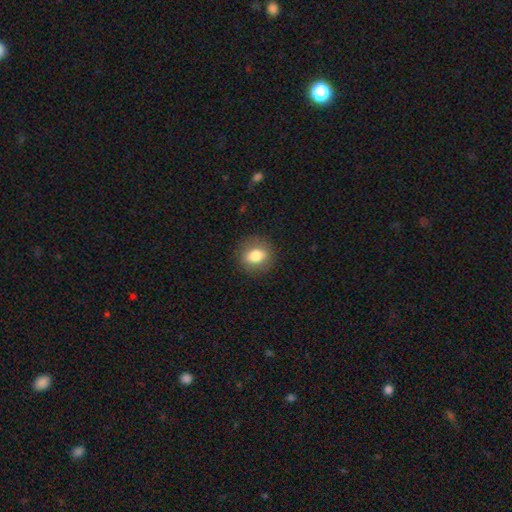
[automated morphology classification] smooth 79%, featured or disk 12%, star or artifact 9%. Down the decision tree: how rounded — round (58%); merging — none (87%).